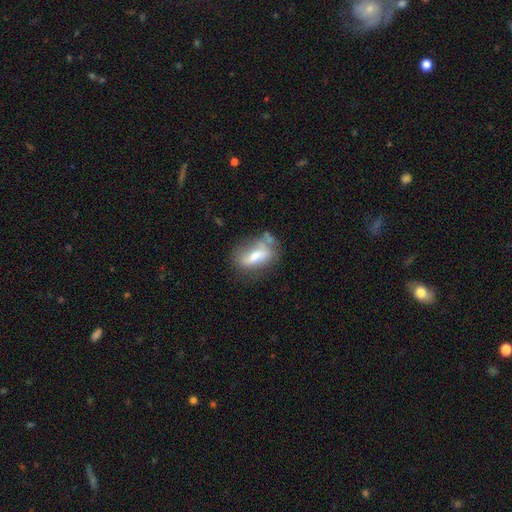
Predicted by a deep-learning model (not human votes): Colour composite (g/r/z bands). It shows a smooth galaxy with no disk features (55%) that is in between round and cigar-shaped (78%). Merging: none (46%).